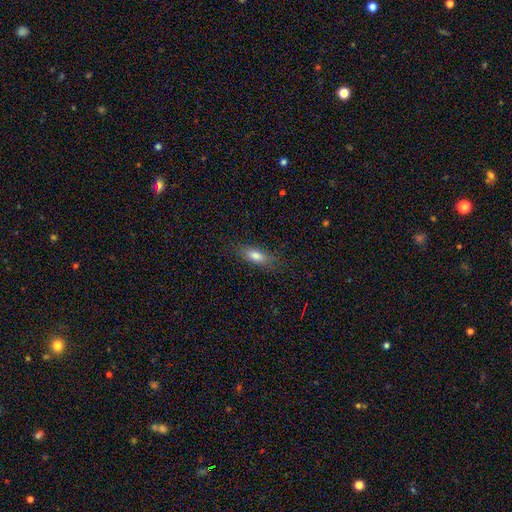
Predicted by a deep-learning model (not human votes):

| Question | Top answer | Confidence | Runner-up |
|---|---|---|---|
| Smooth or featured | smooth | 79% | featured or disk (13%) |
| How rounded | in between | 69% | cigar-shaped (28%) |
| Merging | none | 79% | minor disturbance (15%) |